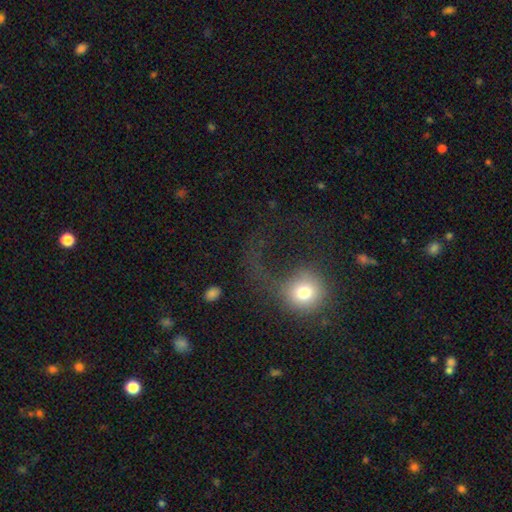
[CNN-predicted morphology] Q: Smooth or featured?
A: smooth (56%); runner-up: featured or disk (28%)
Q: How rounded?
A: round (86%); runner-up: in between (12%)
Q: Merging?
A: major disturbance (47%); runner-up: none (36%)